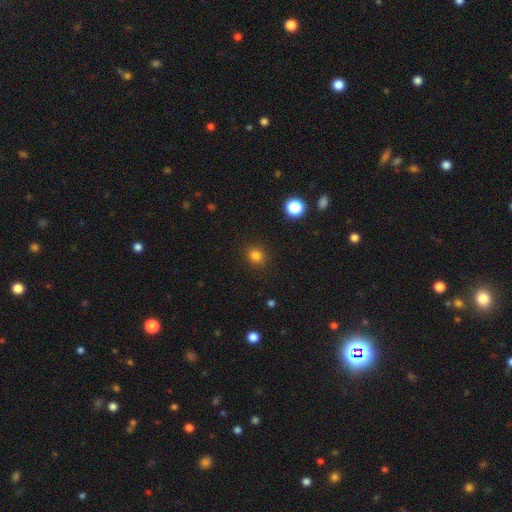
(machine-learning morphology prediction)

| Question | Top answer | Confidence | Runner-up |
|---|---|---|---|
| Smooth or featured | smooth | 82% | star or artifact (14%) |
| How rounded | round | 83% | in between (16%) |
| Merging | none | 89% | minor disturbance (7%) |